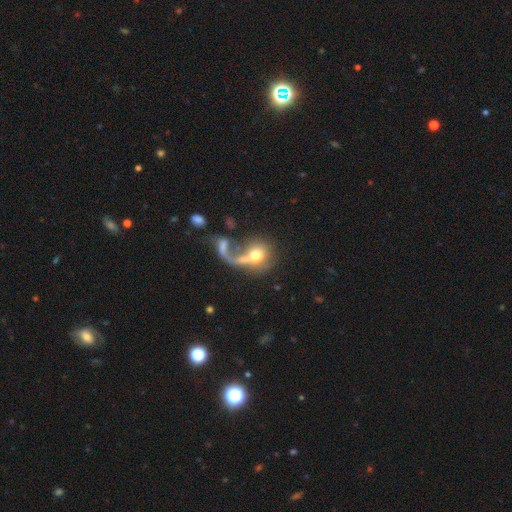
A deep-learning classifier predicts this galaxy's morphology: type=smooth (54%); roundness=round (73%); merging=merger (40%).